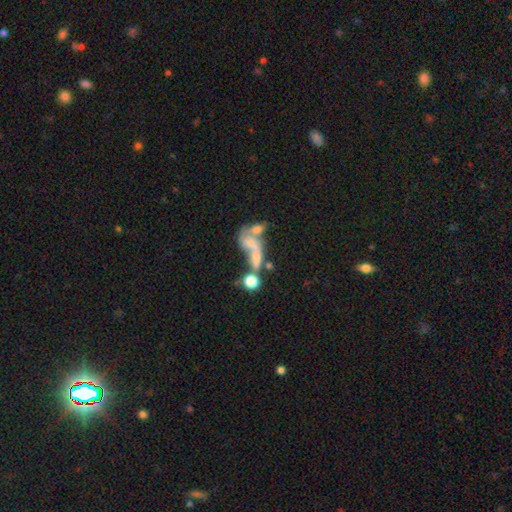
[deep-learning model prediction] Smooth or featured: featured or disk — 49% (smooth — 34%)
Merging: merger — 51% (major disturbance — 26%)